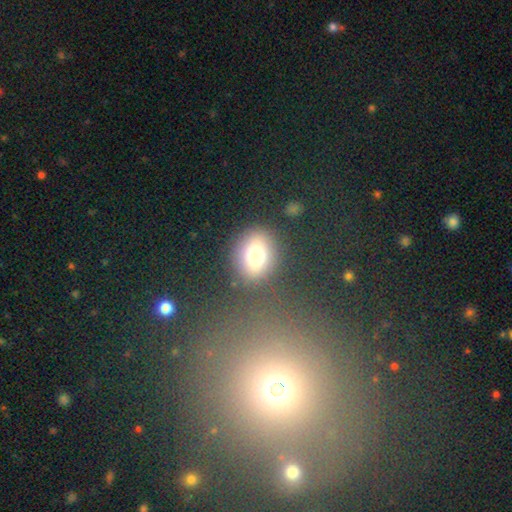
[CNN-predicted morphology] Smooth or featured? Predicted: smooth (p=0.76). How rounded? Predicted: round (p=0.59). Merging? Predicted: none (p=0.82).